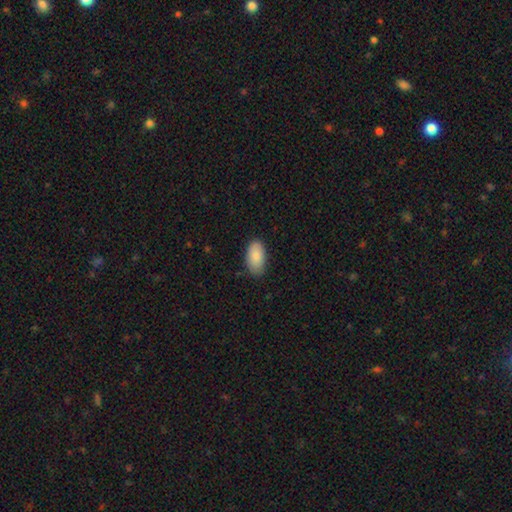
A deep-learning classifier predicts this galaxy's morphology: A smooth galaxy with no disk features (88%) that is in between round and cigar-shaped (95%).

Vote fractions:
- Smooth or featured? smooth: 88% / featured or disk: 6% / star or artifact: 6%
- How rounded? in between: 95% / round: 3% / cigar-shaped: 2%
- Merging? none: 81% / minor disturbance: 15% / major disturbance: 3% / merger: 1%